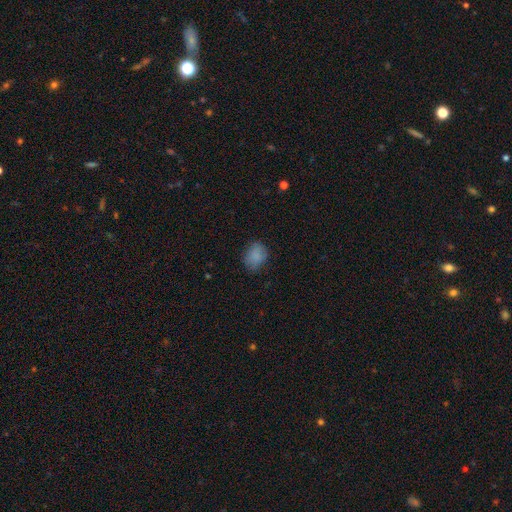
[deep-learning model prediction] smooth-or-featured: smooth: 83% | star or artifact: 10% | featured or disk: 7%
  how-rounded: in between: 60% | round: 39% | cigar-shaped: 1%
  merging: none: 70% | minor disturbance: 22% | major disturbance: 6% | merger: 1%